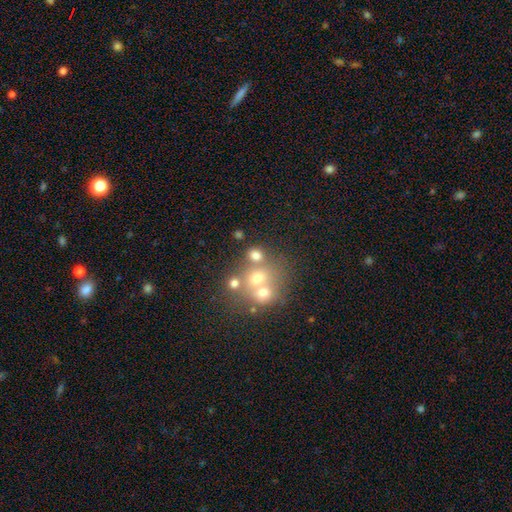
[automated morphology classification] The model was most divided on "merging": none: 48%, merger: 39%, minor disturbance: 9%, major disturbance: 5%. More confident: how rounded — round (72%); smooth or featured — smooth (66%).